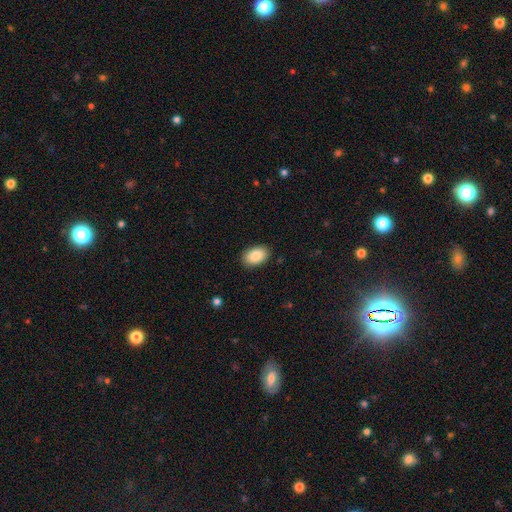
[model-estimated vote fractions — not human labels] The model was most divided on "merging": none: 88%, minor disturbance: 9%, major disturbance: 2%, merger: 1%. More confident: how rounded — in between (91%); smooth or featured — smooth (88%).